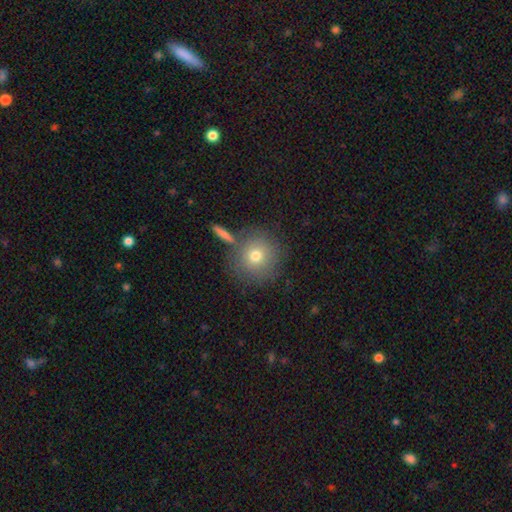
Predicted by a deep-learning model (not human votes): A smooth galaxy with no disk features (73%) that is round (93%).

Vote fractions:
- Smooth or featured? smooth: 73% / featured or disk: 16% / star or artifact: 11%
- How rounded? round: 93% / in between: 6% / cigar-shaped: 1%
- Merging? none: 76% / minor disturbance: 10% / merger: 9% / major disturbance: 4%